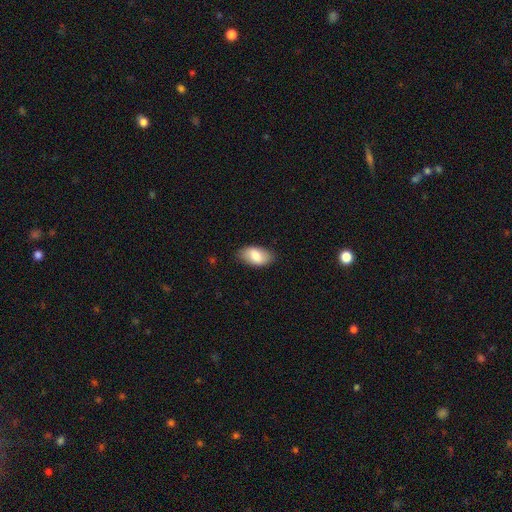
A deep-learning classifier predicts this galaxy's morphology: smooth 79%, featured or disk 15%, star or artifact 6%. Down the decision tree: how rounded — in between (94%); merging — none (82%).